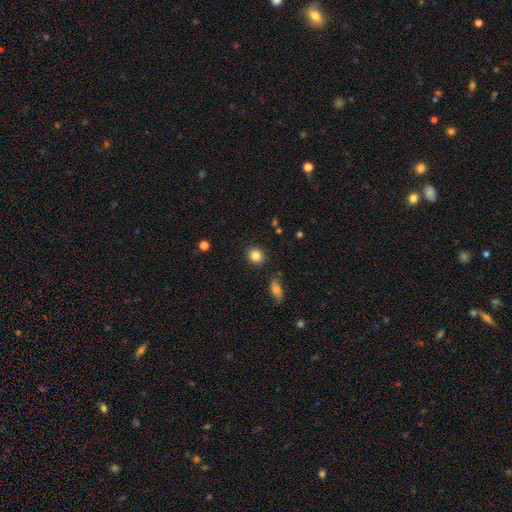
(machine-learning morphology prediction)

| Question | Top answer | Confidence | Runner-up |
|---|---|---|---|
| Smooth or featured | smooth | 85% | star or artifact (10%) |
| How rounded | round | 82% | in between (17%) |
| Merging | none | 88% | minor disturbance (7%) |